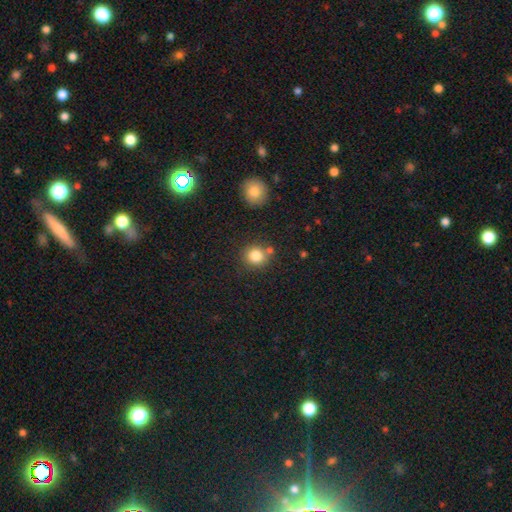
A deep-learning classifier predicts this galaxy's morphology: Smooth or featured? smooth (83%)
How rounded? round (87%)
Merging? none (74%)